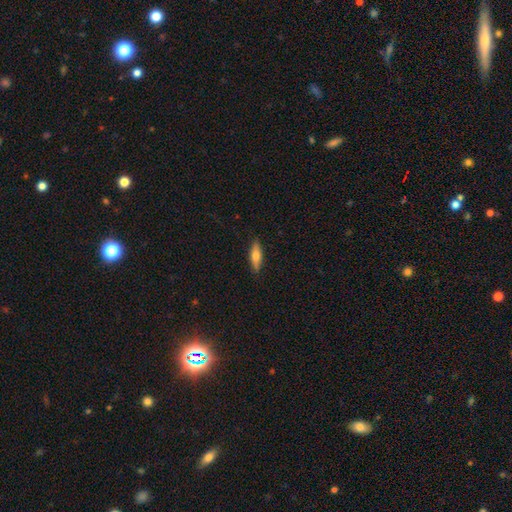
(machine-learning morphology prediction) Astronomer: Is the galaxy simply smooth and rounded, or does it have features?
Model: smooth — 63%.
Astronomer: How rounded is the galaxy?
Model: cigar-shaped — 56% (runner-up: in between, 41%).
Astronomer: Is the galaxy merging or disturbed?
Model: none — 87%.